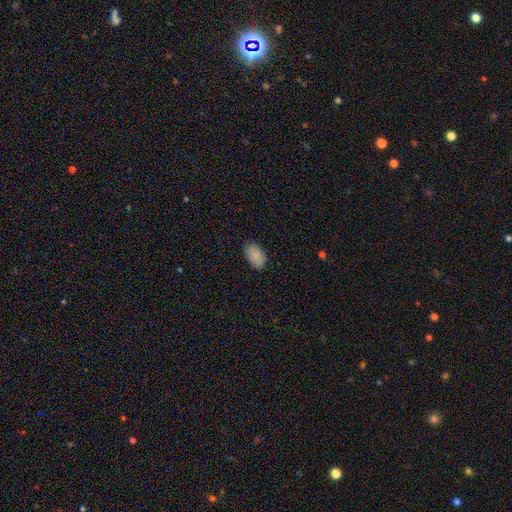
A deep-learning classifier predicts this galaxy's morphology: type=smooth (88%); roundness=in between (92%); merging=none (83%).